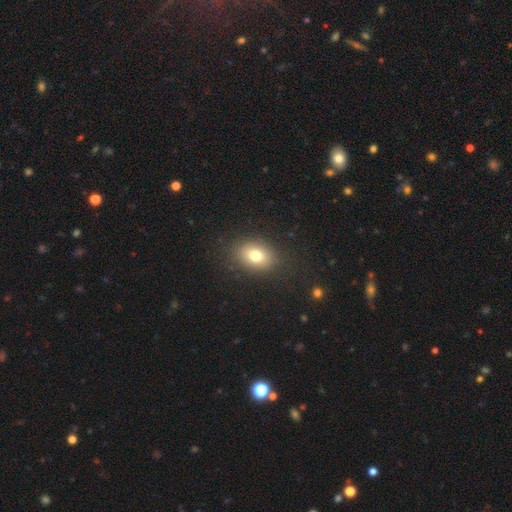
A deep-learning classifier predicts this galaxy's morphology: smooth 76%, featured or disk 12%, star or artifact 12%. Down the decision tree: how rounded — in between (70%); merging — none (85%).